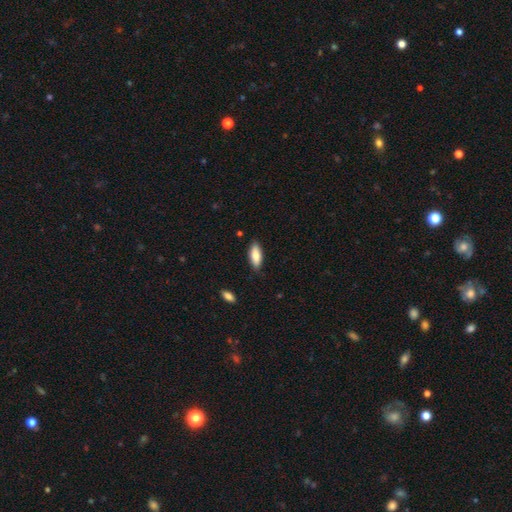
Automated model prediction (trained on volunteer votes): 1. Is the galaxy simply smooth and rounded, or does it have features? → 84% smooth, 10% featured or disk, 6% star or artifact.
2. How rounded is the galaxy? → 76% in between, 22% cigar-shaped, 2% round.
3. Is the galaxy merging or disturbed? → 84% none, 12% minor disturbance, 2% major disturbance, 1% merger.